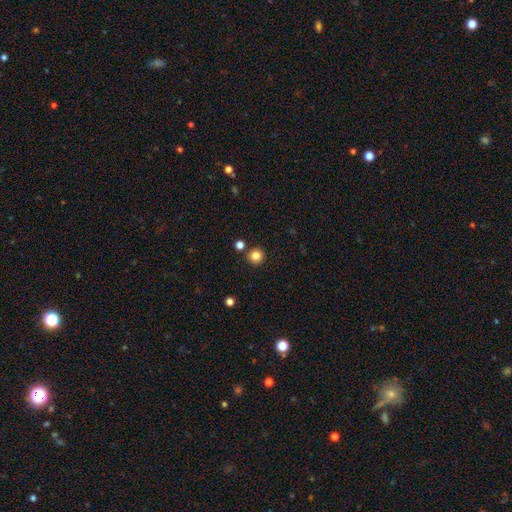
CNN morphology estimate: Smooth or featured: smooth — 84% (star or artifact — 12%)
How rounded: round — 94% (in between — 5%)
Merging: none — 87% (minor disturbance — 6%)